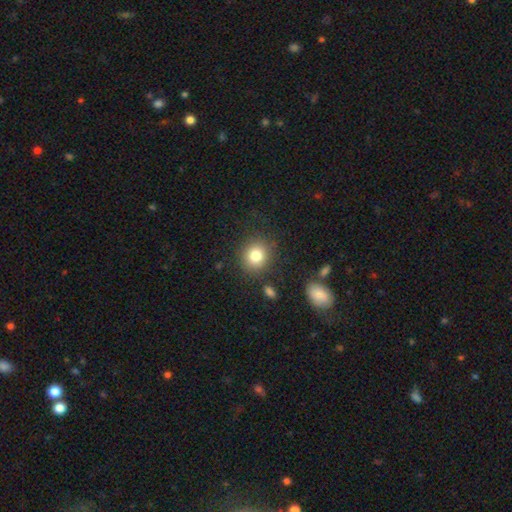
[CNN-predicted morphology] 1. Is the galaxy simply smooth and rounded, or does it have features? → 81% smooth, 11% star or artifact, 8% featured or disk.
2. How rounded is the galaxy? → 80% round, 19% in between, 1% cigar-shaped.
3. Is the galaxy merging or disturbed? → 85% none, 9% minor disturbance, 3% major disturbance, 3% merger.